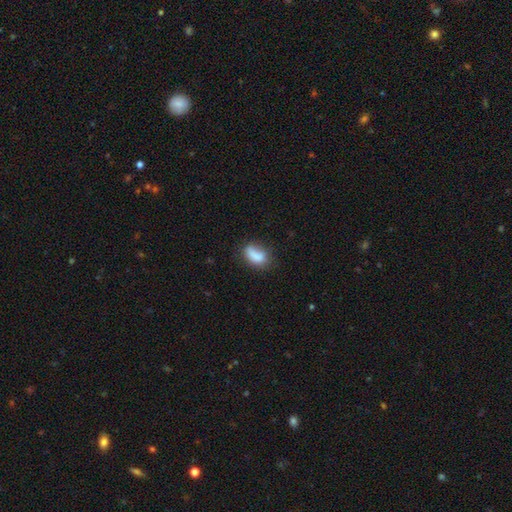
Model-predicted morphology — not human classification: A smooth galaxy with no disk features (77%) that is in between round and cigar-shaped (84%).

Vote fractions:
- Smooth or featured? smooth: 77% / featured or disk: 13% / star or artifact: 9%
- How rounded? in between: 84% / round: 9% / cigar-shaped: 7%
- Merging? none: 48% / minor disturbance: 27% / major disturbance: 14% / merger: 10%